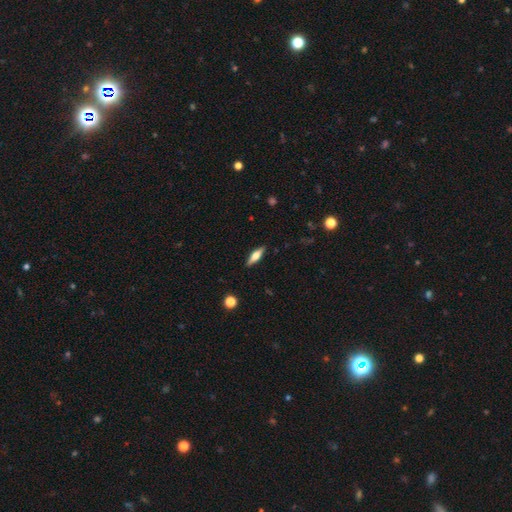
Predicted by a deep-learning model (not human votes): A smooth galaxy with no disk features (49%).

Vote fractions:
- Smooth or featured? smooth: 49% / featured or disk: 44% / star or artifact: 7%
- Merging? none: 89% / minor disturbance: 8% / major disturbance: 2% / merger: 1%